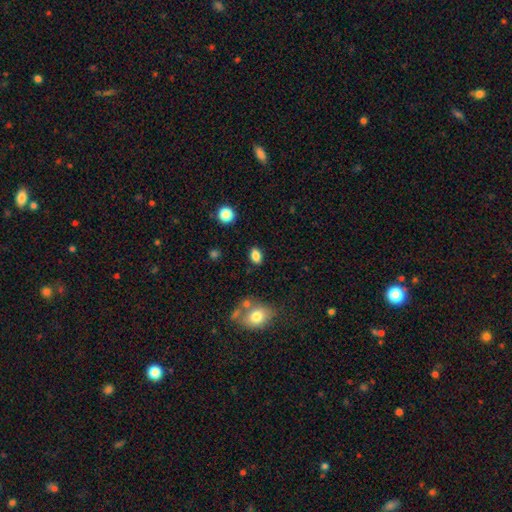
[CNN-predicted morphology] Overall: smooth (84%). How rounded: in between (84%). Merging: none (83%).